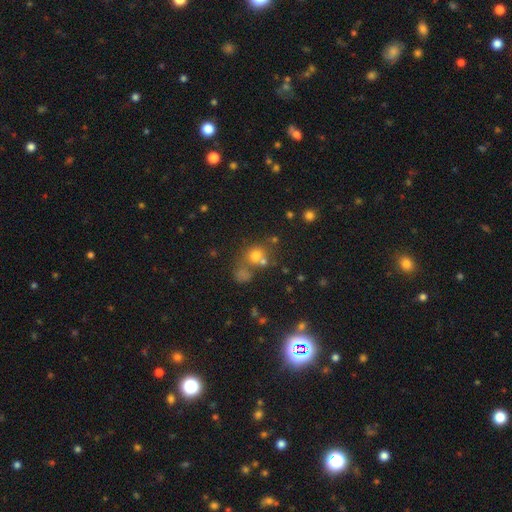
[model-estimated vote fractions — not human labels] Q: Smooth or featured?
A: smooth (68%); runner-up: star or artifact (19%)
Q: How rounded?
A: round (78%); runner-up: in between (21%)
Q: Merging?
A: none (46%); runner-up: merger (36%)